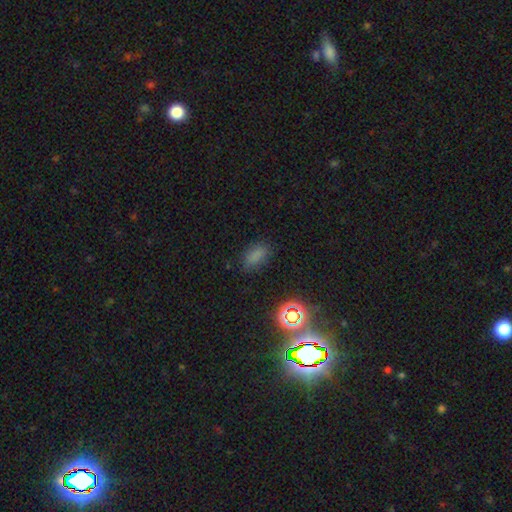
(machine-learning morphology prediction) smooth_or_featured: smooth (p=0.74) [alt: star or artifact p=0.20]
how_rounded: in between (p=0.85) [alt: round p=0.08]
merging: none (p=0.77) [alt: minor disturbance p=0.16]